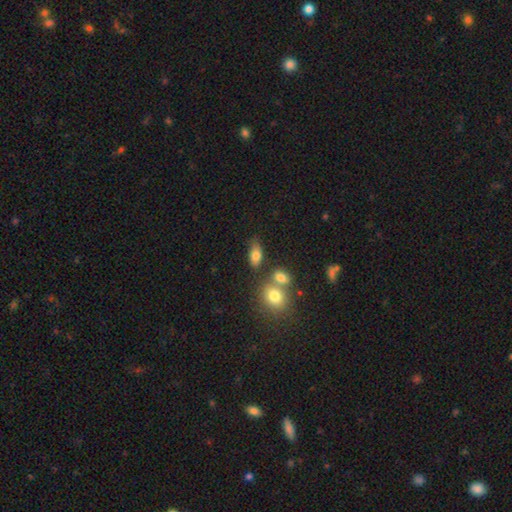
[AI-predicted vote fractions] smooth 78%, featured or disk 12%, star or artifact 10%. Down the decision tree: how rounded — in between (83%); merging — none (63%).